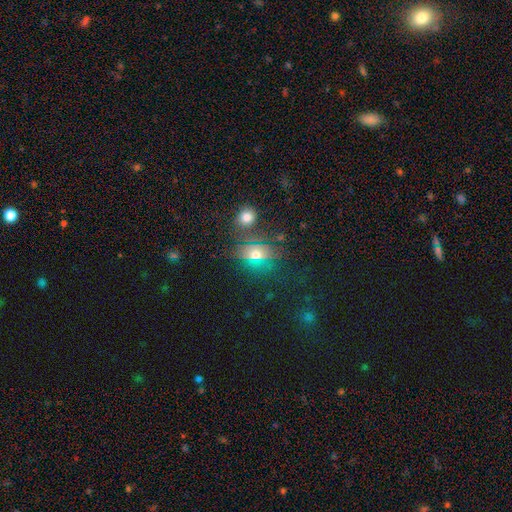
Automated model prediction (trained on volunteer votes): Morphology: type=smooth (56%); roundness=in between (49%); merging=none (75%).